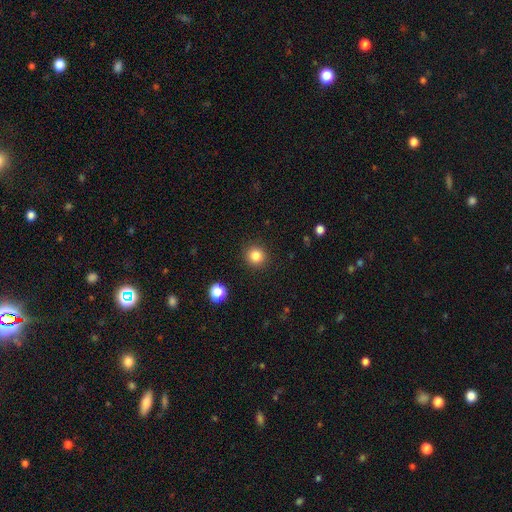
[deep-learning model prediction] Morphology: type=smooth (84%); roundness=round (91%); merging=none (91%).